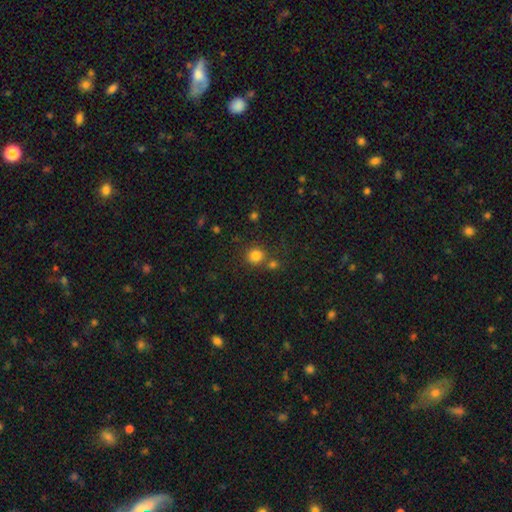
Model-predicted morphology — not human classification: smooth 82%, star or artifact 13%, featured or disk 5%. Down the decision tree: how rounded — round (88%); merging — none (67%).